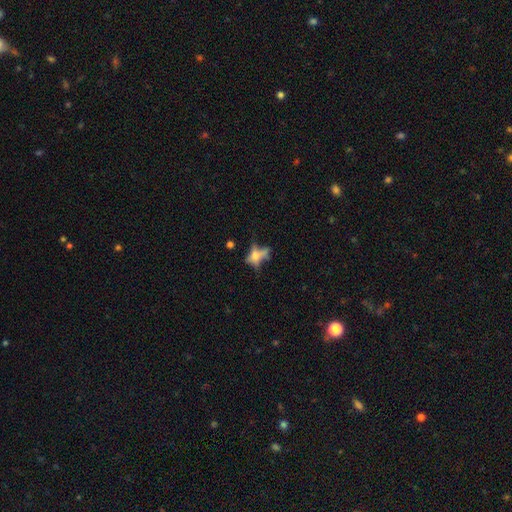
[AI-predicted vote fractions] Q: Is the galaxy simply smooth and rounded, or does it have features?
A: featured or disk — 42%, tied with smooth.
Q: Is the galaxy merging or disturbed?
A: none — 41%.